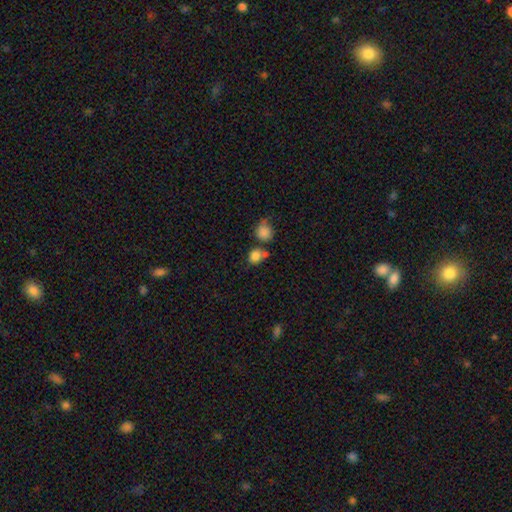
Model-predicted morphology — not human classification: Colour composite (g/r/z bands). It shows a smooth galaxy with no disk features (83%) that is round (71%). Merging: none (46%).